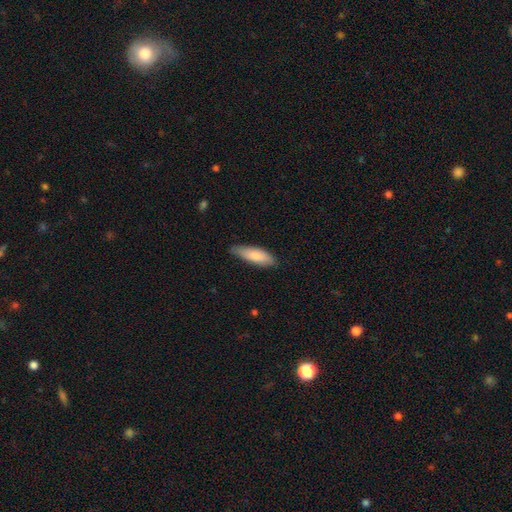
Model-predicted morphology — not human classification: A smooth galaxy with no disk features (80%) that is in between round and cigar-shaped (56%). Merging: none (75%).